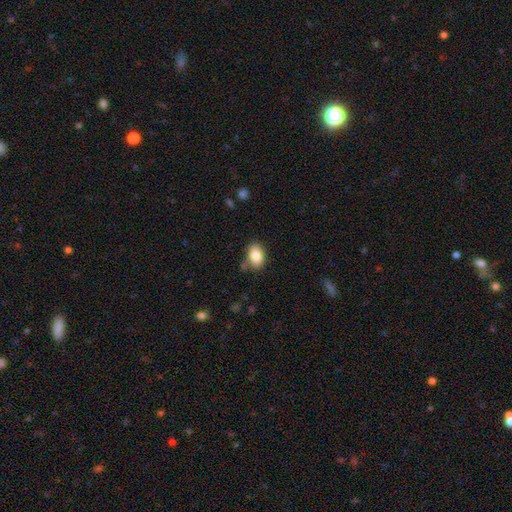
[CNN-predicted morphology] Smooth or featured? smooth (85%)
How rounded? in between (86%)
Merging? none (77%)